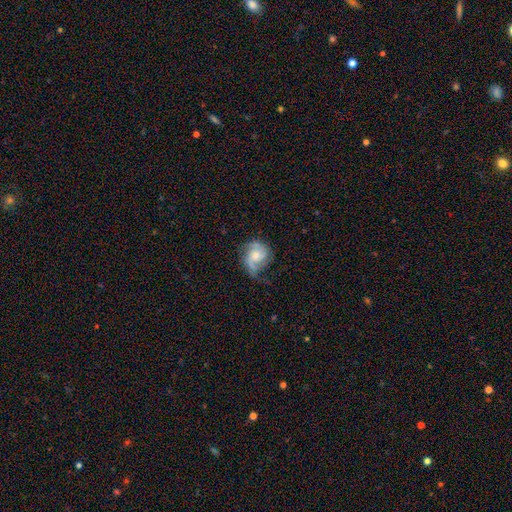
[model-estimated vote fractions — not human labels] A featured or disk galaxy (78%) with no bar (65%), 2 (78%) medium (48%) spiral arms (95%) and a moderate central bulge (50%). Merging: none (59%).